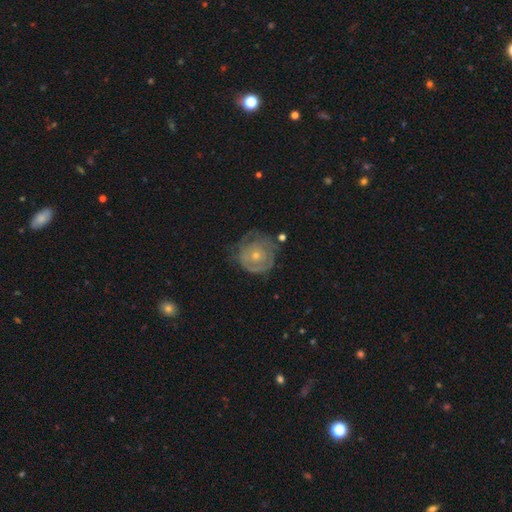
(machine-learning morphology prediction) featured or disk 69%, smooth 24%, star or artifact 7%. Down the decision tree: edge-on disk — no (97%); bar — no (84%); spiral arms — yes (73%); bulge size — small (60%); merging — none (60%).